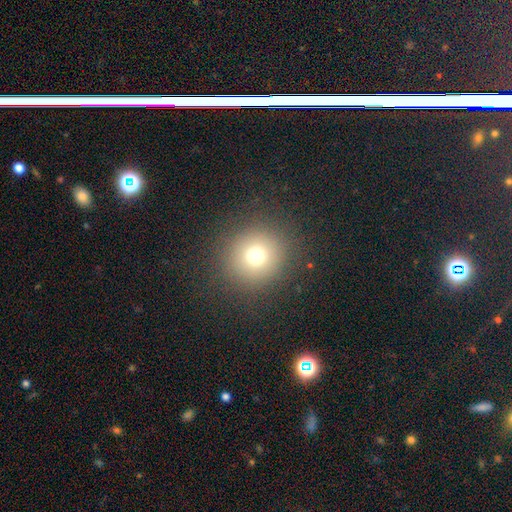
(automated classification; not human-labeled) Smooth or featured?
  - smooth: 72% *
  - star or artifact: 18%
  - featured or disk: 10%
How rounded?
  - round: 92% *
  - in between: 7%
  - cigar-shaped: 1%
Merging?
  - none: 88% *
  - minor disturbance: 6%
  - major disturbance: 4%
  - merger: 1%